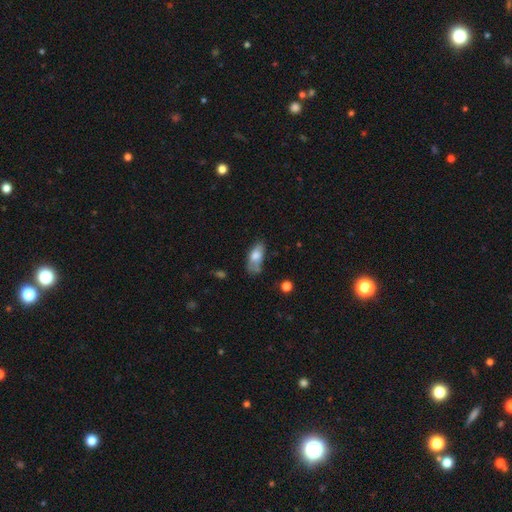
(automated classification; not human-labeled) Smooth or featured? Predicted: smooth (p=0.70). How rounded? Predicted: in between (p=0.85). Merging? Predicted: none (p=0.44).